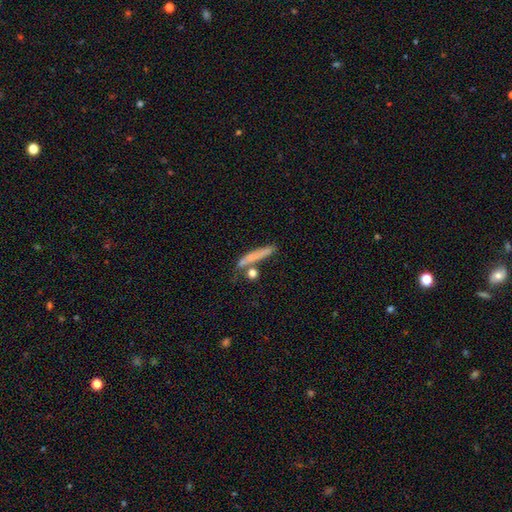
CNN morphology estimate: Smooth or featured? smooth (68%)
How rounded? cigar-shaped (87%)
Merging? none (63%)